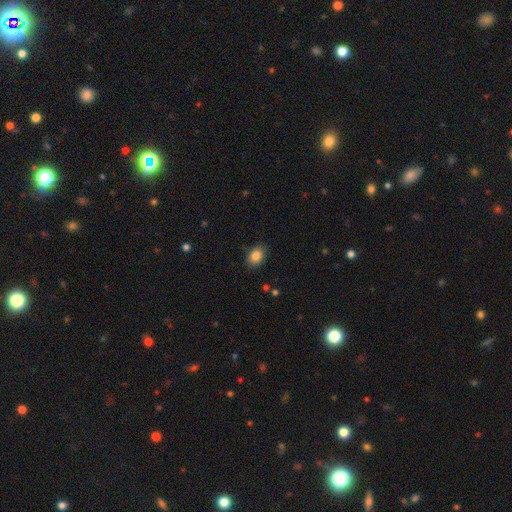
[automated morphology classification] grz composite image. It shows a smooth galaxy with no disk features (85%) that is in between round and cigar-shaped (78%). Merging: none (83%).